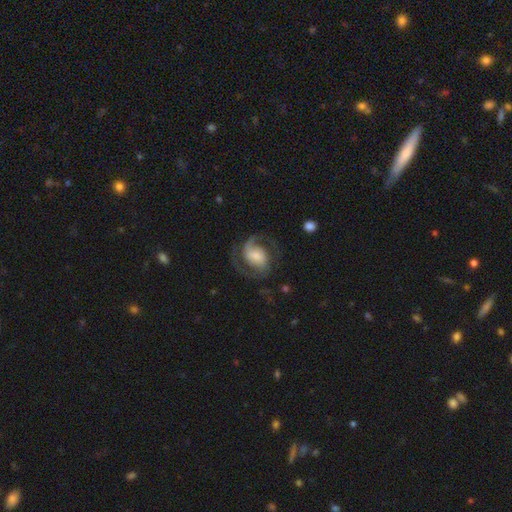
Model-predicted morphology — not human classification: A featured or disk galaxy (81%) with no bar (43%), 2 (86%) medium (54%) spiral arms (95%) and a small central bulge (36%).

Vote fractions:
- Smooth or featured? featured or disk: 81% / smooth: 13% / star or artifact: 6%
- Edge-on disk? no: 98% / yes: 2%
- Bar? no: 43% / weak: 39% / strong: 18%
- Spiral arms? yes: 95% / no: 5%
- Spiral winding? medium: 54% / loose: 24% / tight: 21%
- Spiral arm count? 2: 86% / 1: 5% / can't tell: 4% / 3: 3% / 4: 1% / more than 4: 1%
- Bulge size? small: 36% / moderate: 31% / large: 20% / none: 8% / dominant: 4%
- Merging? none: 67% / major disturbance: 16% / minor disturbance: 16% / merger: 2%